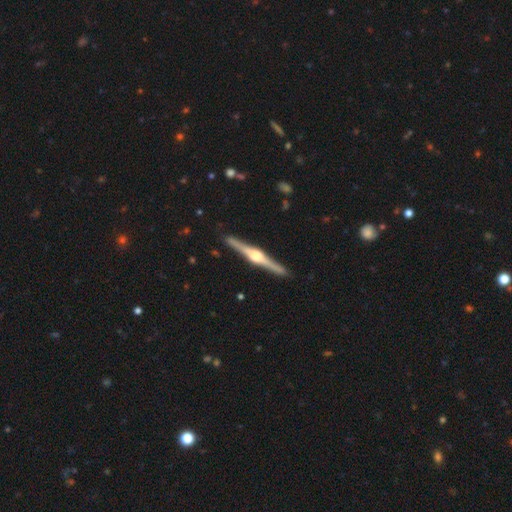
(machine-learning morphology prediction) Smooth or featured?
  - featured or disk: 87% *
  - smooth: 9%
  - star or artifact: 4%
Edge-on disk?
  - yes: 99% *
  - no: 1%
Edge-on bulge?
  - rounded: 90% *
  - boxy: 8%
  - none: 2%
Merging?
  - none: 92% *
  - minor disturbance: 6%
  - major disturbance: 1%
  - merger: 1%